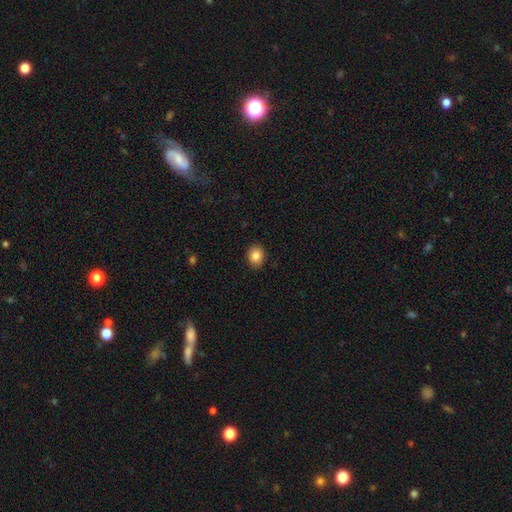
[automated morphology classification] smooth 86%, star or artifact 9%, featured or disk 5%. Down the decision tree: how rounded — round (64%); merging — none (90%).